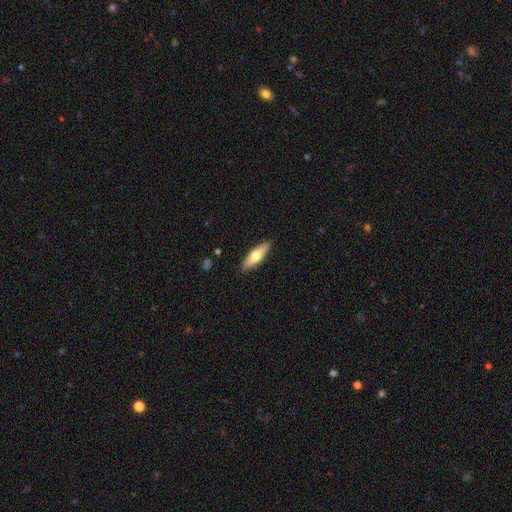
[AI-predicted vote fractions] Overall: smooth (58%; featured or disk 36%). How rounded: cigar-shaped (53%; in between 45%). Merging: none (89%).